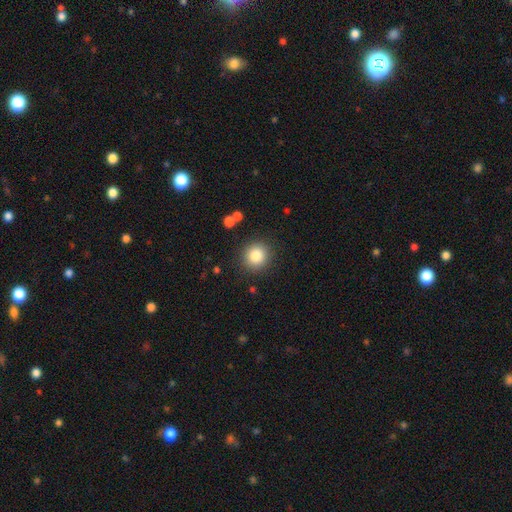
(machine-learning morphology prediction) smooth-or-featured: smooth: 83% | star or artifact: 10% | featured or disk: 7%
  how-rounded: round: 91% | in between: 8% | cigar-shaped: 1%
  merging: none: 88% | minor disturbance: 7% | major disturbance: 3% | merger: 2%